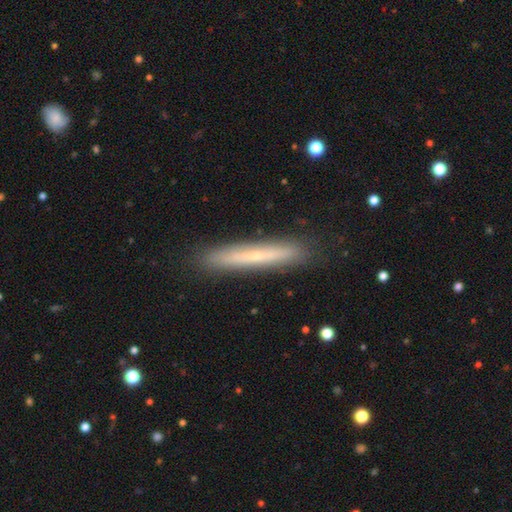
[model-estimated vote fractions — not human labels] Morphology: type=featured or disk (50%); edge-on=yes (89%); merging=none (89%).